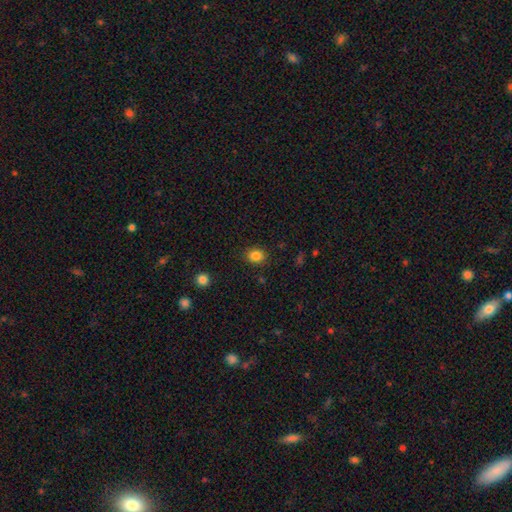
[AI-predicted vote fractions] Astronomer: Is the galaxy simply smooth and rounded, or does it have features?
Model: smooth — 84%.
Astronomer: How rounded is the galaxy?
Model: round — 53% (runner-up: in between, 46%).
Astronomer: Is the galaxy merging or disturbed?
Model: none — 87%.